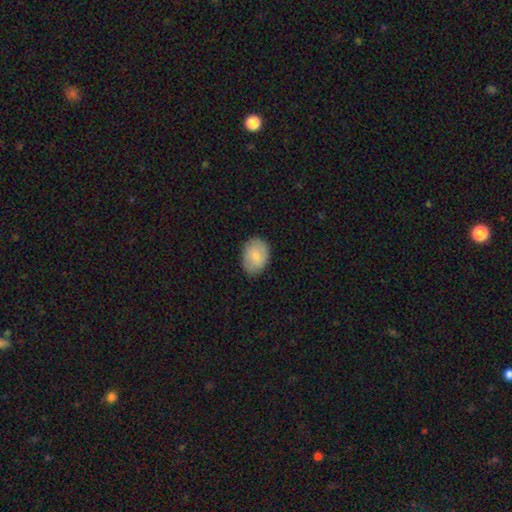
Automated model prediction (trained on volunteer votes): A smooth galaxy with no disk features (78%) that is in between round and cigar-shaped (76%). Merging: none (83%).